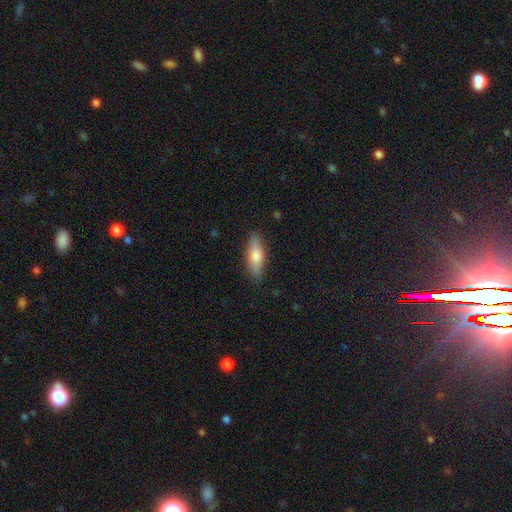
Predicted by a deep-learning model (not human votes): Q: Smooth or featured?
A: smooth (71%); runner-up: featured or disk (23%)
Q: How rounded?
A: in between (53%); runner-up: cigar-shaped (44%)
Q: Merging?
A: none (87%); runner-up: minor disturbance (10%)